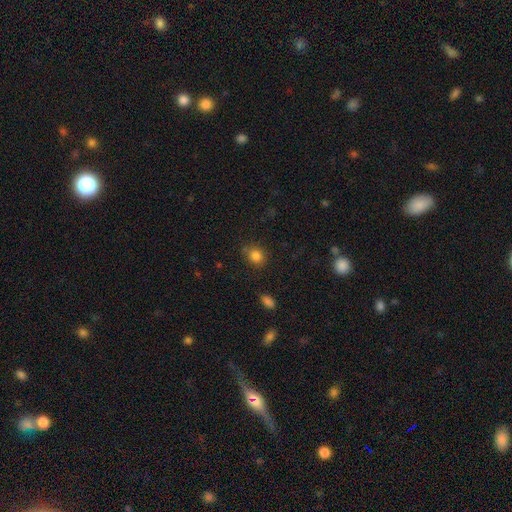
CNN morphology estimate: The model was most divided on "how rounded": round: 76%, in between: 23%, cigar-shaped: 1%. More confident: smooth or featured — smooth (83%); merging — none (77%).